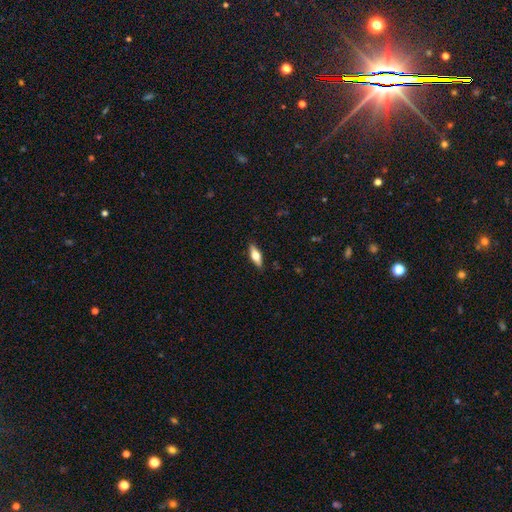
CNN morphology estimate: This is possibly a smooth galaxy (51%). How rounded: possibly in between (59%). Merging: clearly none (88%).